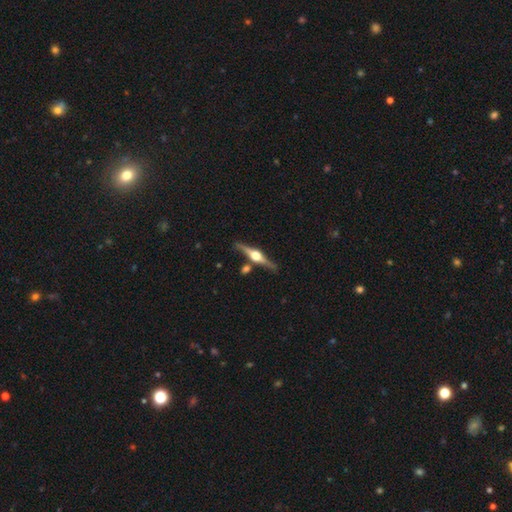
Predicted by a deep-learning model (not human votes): Morphology: type=featured or disk (84%); edge-on=yes (98%); edge-on bulge=rounded (96%); merging=none (82%).